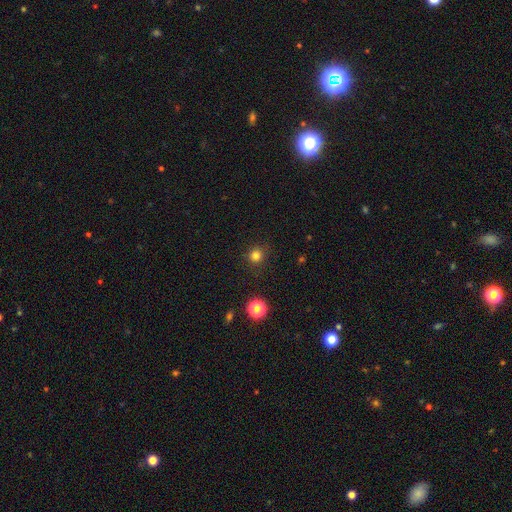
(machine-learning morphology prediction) Smooth or featured: smooth — 81% (star or artifact — 15%)
How rounded: round — 94% (in between — 5%)
Merging: none — 89% (minor disturbance — 7%)